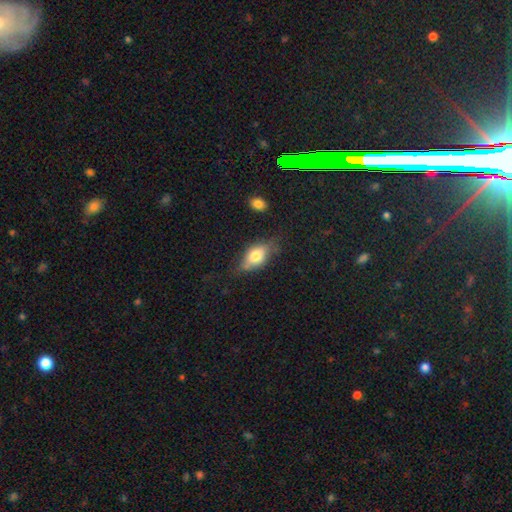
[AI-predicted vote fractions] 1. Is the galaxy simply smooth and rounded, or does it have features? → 64% smooth, 28% featured or disk, 8% star or artifact.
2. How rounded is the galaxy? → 83% in between, 9% cigar-shaped, 8% round.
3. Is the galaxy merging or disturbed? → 58% none, 28% minor disturbance, 11% major disturbance, 3% merger.